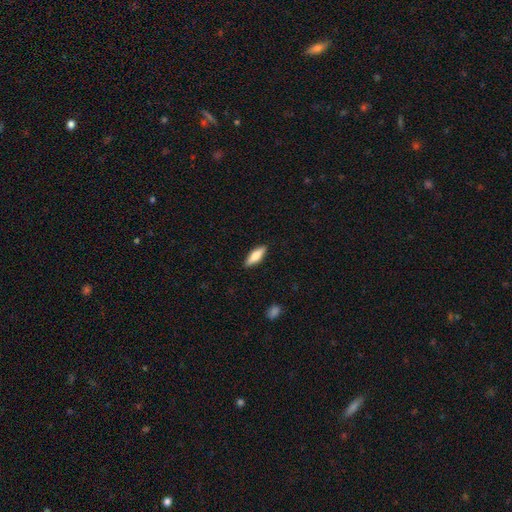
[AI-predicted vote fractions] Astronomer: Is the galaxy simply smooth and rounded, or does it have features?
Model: smooth — 67%.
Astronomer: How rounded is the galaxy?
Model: in between — 53% (runner-up: cigar-shaped, 45%).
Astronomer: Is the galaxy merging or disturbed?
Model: none — 89%.